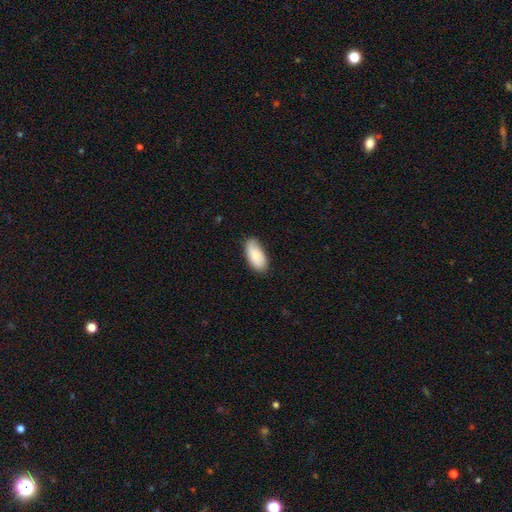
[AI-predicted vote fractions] The model was most divided on "merging": none: 74%, minor disturbance: 21%, major disturbance: 4%, merger: 1%. More confident: how rounded — in between (92%); smooth or featured — smooth (78%).